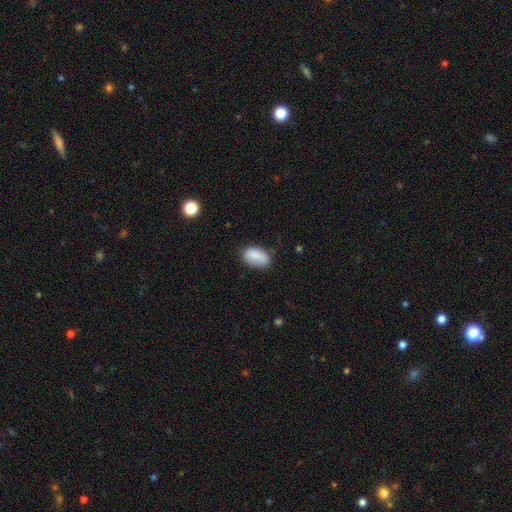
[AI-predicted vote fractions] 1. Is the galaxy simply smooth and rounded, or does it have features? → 86% smooth, 8% star or artifact, 6% featured or disk.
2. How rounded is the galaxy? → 92% in between, 6% round, 2% cigar-shaped.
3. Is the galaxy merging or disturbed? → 70% none, 23% minor disturbance, 5% major disturbance, 2% merger.